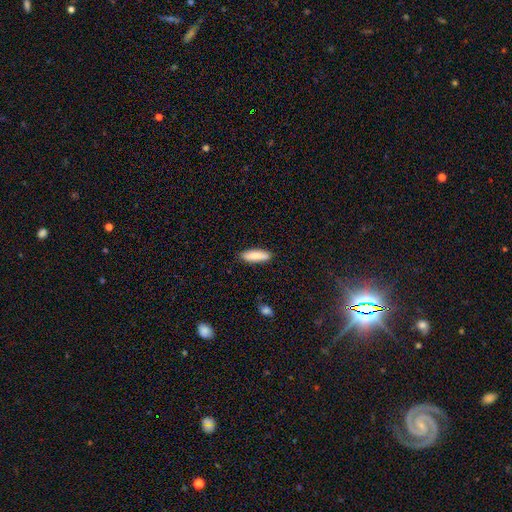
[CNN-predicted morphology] This appears to be a smooth galaxy with no disk features (84%) that is cigar-shaped (56%). Merging: none (87%).